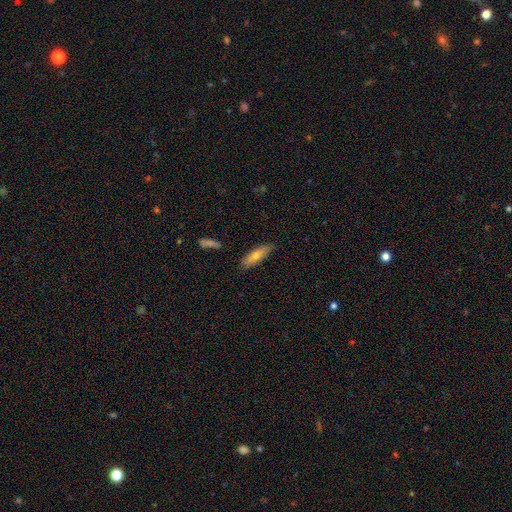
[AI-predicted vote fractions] smooth-or-featured: smooth: 64% | featured or disk: 29% | star or artifact: 7%
  how-rounded: cigar-shaped: 61% | in between: 37% | round: 2%
  merging: none: 84% | minor disturbance: 12% | major disturbance: 2% | merger: 2%